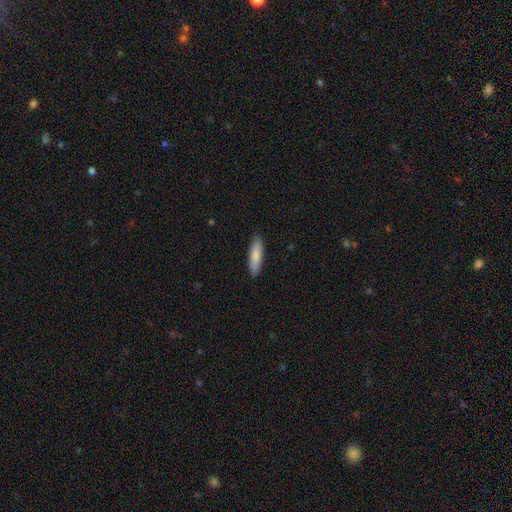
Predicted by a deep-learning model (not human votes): smooth_or_featured: smooth (p=0.83) [alt: featured or disk p=0.11]
how_rounded: cigar-shaped (p=0.62) [alt: in between p=0.36]
merging: none (p=0.88) [alt: minor disturbance p=0.09]